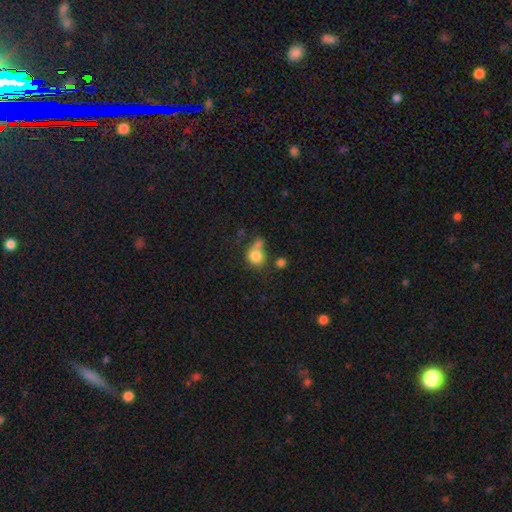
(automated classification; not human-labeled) This appears to be a smooth galaxy with no disk features (81%) that is round (80%). Merging: none (43%).